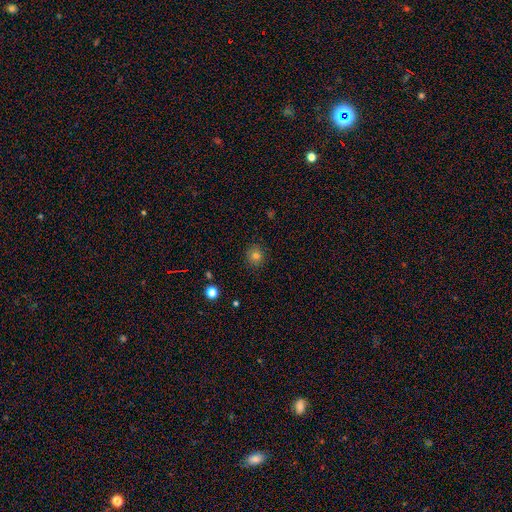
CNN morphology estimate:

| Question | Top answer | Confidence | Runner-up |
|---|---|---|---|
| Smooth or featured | smooth | 78% | star or artifact (14%) |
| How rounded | round | 88% | in between (11%) |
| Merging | none | 89% | minor disturbance (8%) |